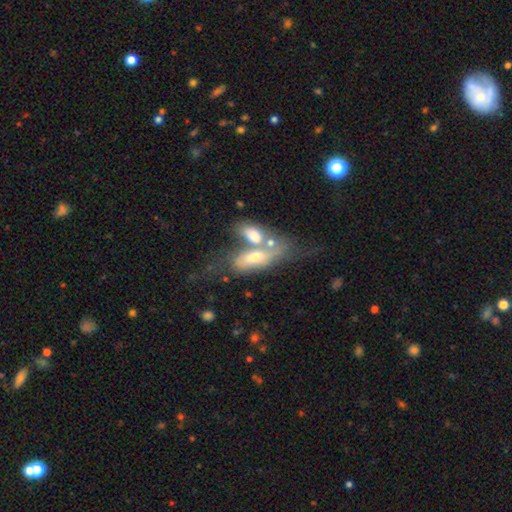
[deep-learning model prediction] A smooth galaxy with no disk features (50%) that is in between round and cigar-shaped (66%).

Vote fractions:
- Smooth or featured? smooth: 50% / featured or disk: 41% / star or artifact: 9%
- How rounded? in between: 66% / cigar-shaped: 30% / round: 4%
- Merging? merger: 53% / none: 23% / minor disturbance: 12% / major disturbance: 11%